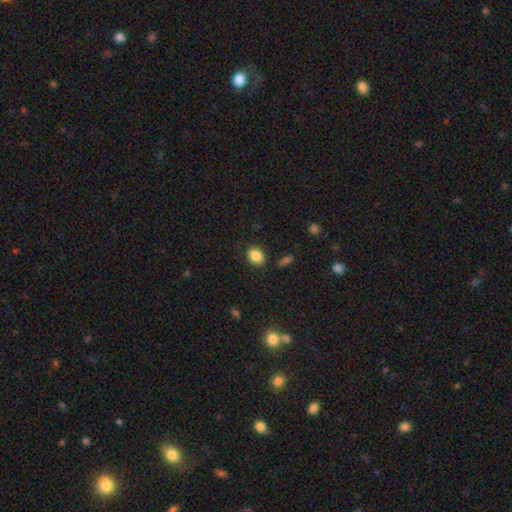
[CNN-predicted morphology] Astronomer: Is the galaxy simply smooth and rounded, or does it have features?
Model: smooth — 85%.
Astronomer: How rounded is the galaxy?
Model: in between — 57% (runner-up: round, 42%).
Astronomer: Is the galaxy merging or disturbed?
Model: none — 84%.